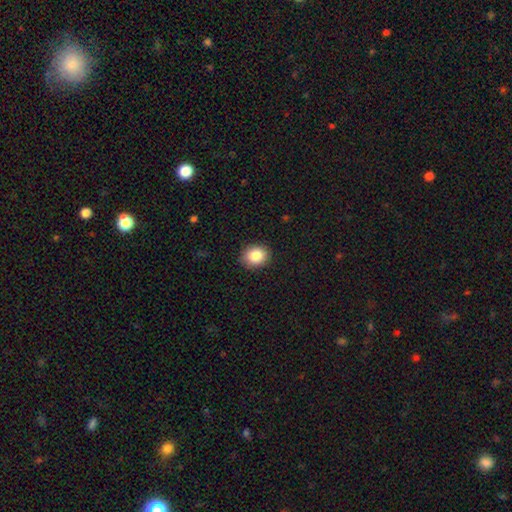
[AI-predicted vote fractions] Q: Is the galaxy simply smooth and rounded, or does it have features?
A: smooth — 85%.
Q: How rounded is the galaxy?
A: round — 62%.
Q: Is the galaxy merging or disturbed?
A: none — 89%.